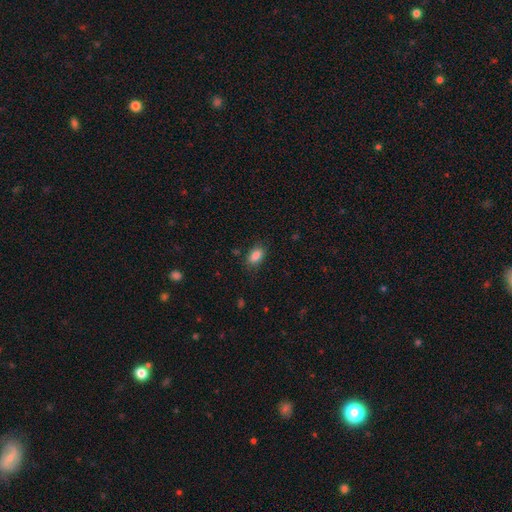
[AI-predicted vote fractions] This is clearly a smooth galaxy (87%). How rounded: clearly in between (89%). Merging: clearly none (83%).